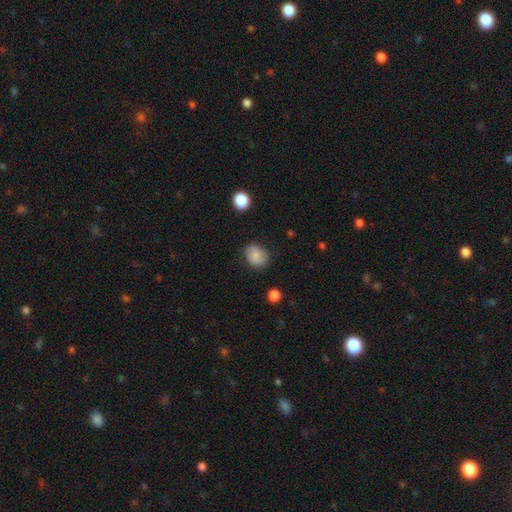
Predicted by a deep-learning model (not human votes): Smooth or featured? smooth (79%)
How rounded? round (54%)
Merging? none (75%)